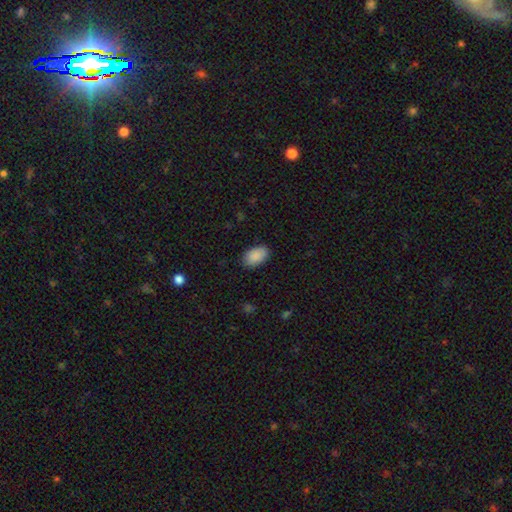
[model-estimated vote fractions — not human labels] Smooth or featured? smooth (90%)
How rounded? in between (93%)
Merging? none (85%)